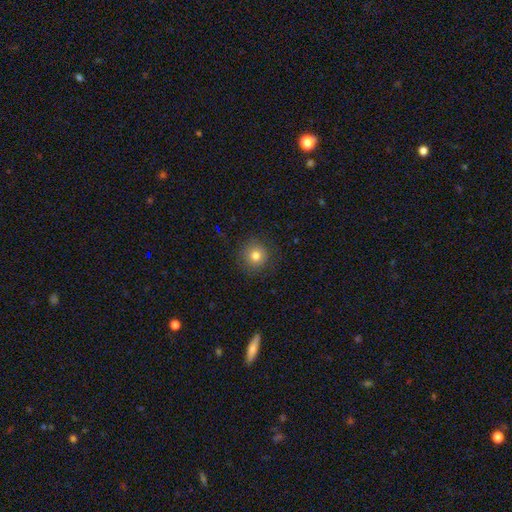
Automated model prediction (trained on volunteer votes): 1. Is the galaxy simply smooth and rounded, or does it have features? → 78% smooth, 12% star or artifact, 9% featured or disk.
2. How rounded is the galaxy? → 93% round, 6% in between, 1% cigar-shaped.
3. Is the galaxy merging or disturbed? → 87% none, 9% minor disturbance, 3% major disturbance, 1% merger.